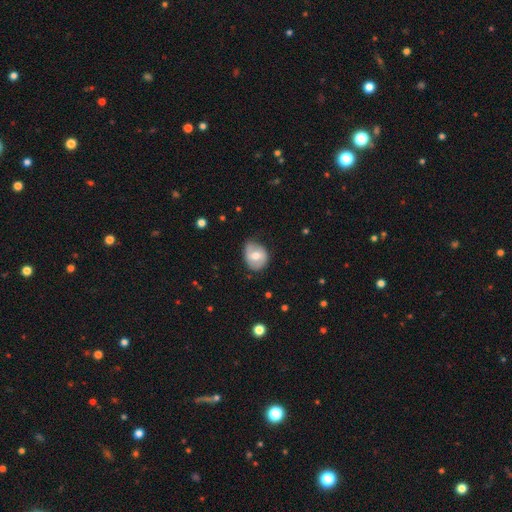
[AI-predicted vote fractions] A smooth galaxy with no disk features (54%) that is round (54%).

Vote fractions:
- Smooth or featured? smooth: 54% / featured or disk: 39% / star or artifact: 7%
- How rounded? round: 54% / in between: 45% / cigar-shaped: 1%
- Merging? none: 64% / minor disturbance: 28% / major disturbance: 6% / merger: 1%